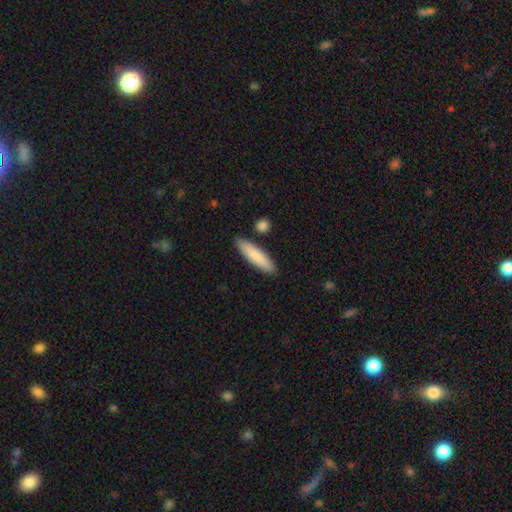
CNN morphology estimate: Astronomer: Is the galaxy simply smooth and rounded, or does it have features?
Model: smooth — 83%.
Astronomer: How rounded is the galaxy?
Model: cigar-shaped — 75%.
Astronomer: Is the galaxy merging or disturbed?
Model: none — 87%.